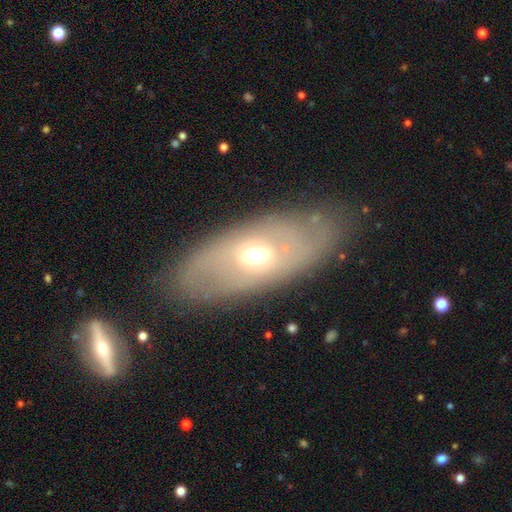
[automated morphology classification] Smooth or featured? featured or disk (51%)
Edge-on disk? no (80%)
Merging? none (79%)